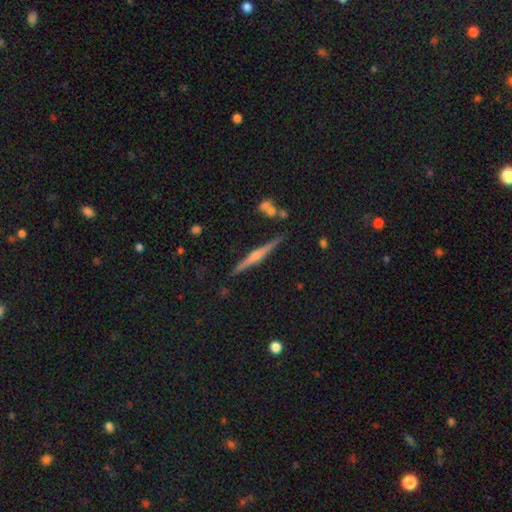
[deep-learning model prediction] smooth-or-featured: featured or disk: 76% | smooth: 15% | star or artifact: 9%
  disk-edge-on: yes: 98% | no: 2%
    edge-on-bulge: rounded: 81% | none: 12% | boxy: 8%
  merging: none: 87% | minor disturbance: 8% | merger: 3% | major disturbance: 2%